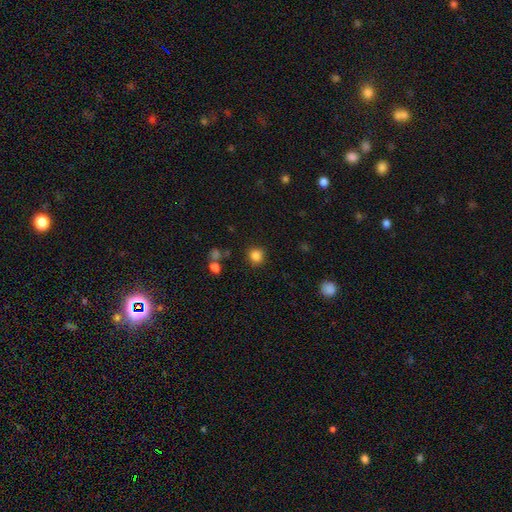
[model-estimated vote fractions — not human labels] Morphology: type=smooth (84%); roundness=round (88%); merging=none (85%).